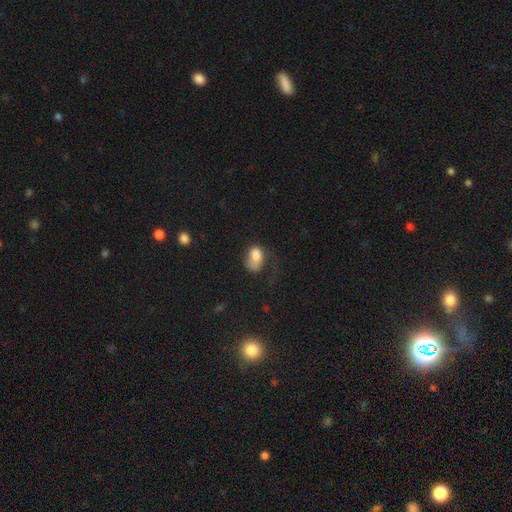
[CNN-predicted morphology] This appears to be a smooth galaxy with no disk features (77%) that is in between round and cigar-shaped (84%). Merging: major disturbance (45%).